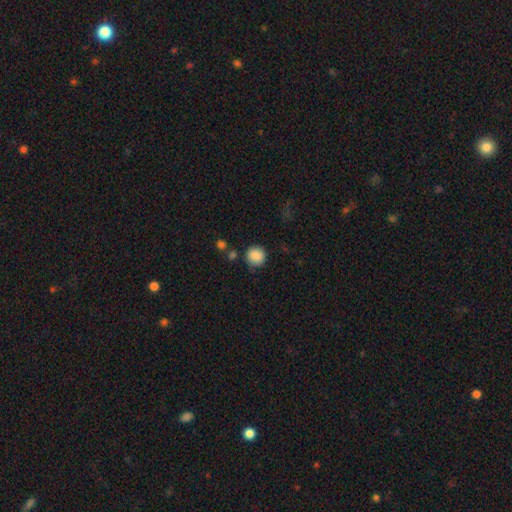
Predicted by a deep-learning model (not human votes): A smooth galaxy with no disk features (88%) that is round (91%). Merging: none (76%).